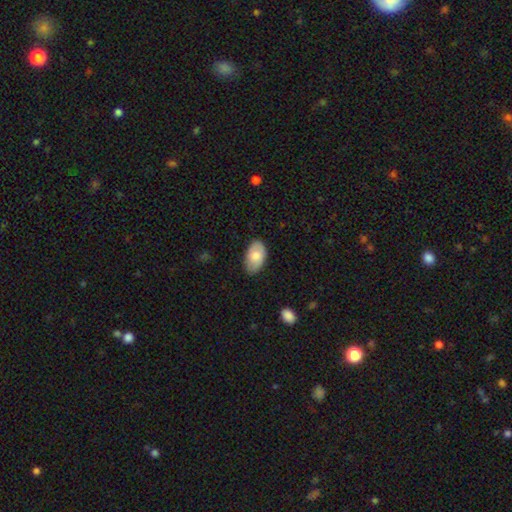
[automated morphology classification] Smooth or featured? smooth (76%)
How rounded? in between (94%)
Merging? none (78%)